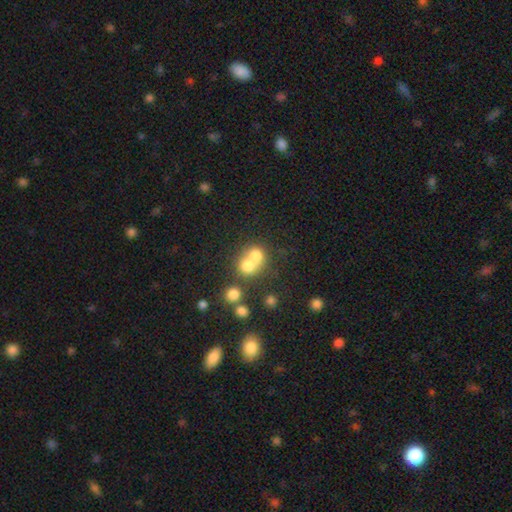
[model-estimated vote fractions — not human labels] Smooth or featured: smooth — 70% (featured or disk — 17%)
How rounded: round — 77% (in between — 22%)
Merging: merger — 64% (none — 28%)